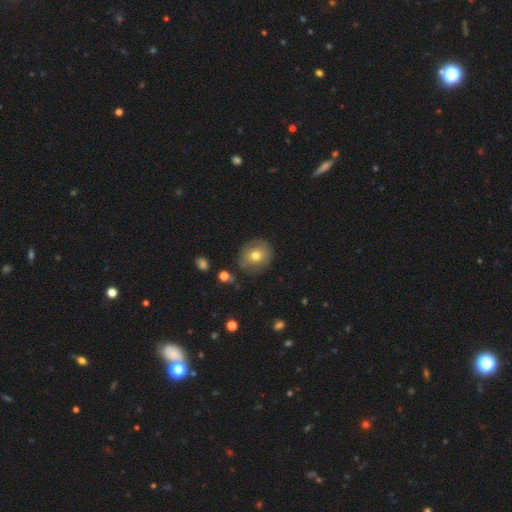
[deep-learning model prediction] Smooth or featured?
  - smooth: 66% *
  - featured or disk: 25%
  - star or artifact: 9%
How rounded?
  - round: 78% *
  - in between: 21%
  - cigar-shaped: 1%
Merging?
  - none: 80% *
  - minor disturbance: 14%
  - major disturbance: 4%
  - merger: 2%